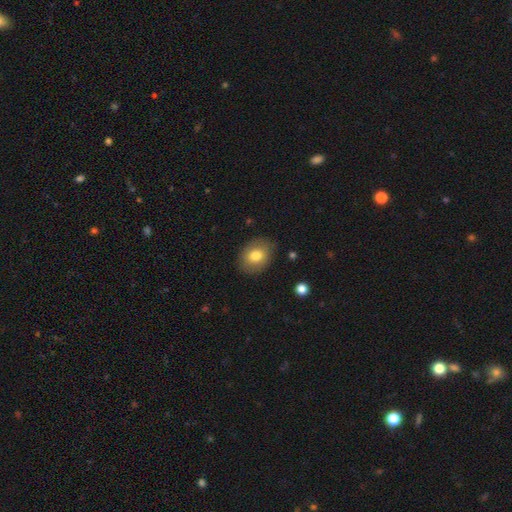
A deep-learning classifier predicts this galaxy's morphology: Smooth or featured: smooth — 78% (featured or disk — 13%)
How rounded: in between — 57% (round — 42%)
Merging: none — 84% (minor disturbance — 12%)